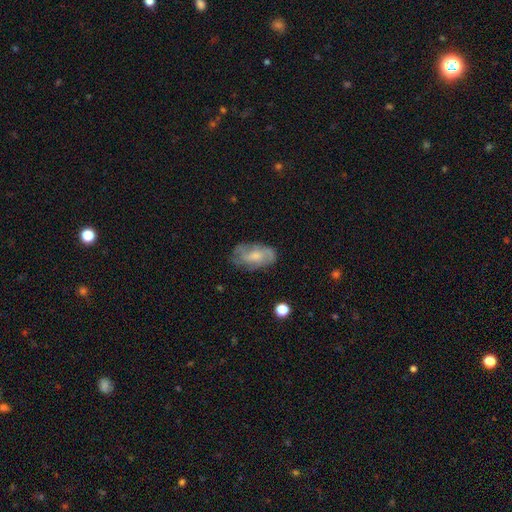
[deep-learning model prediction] Smooth or featured?
  - featured or disk: 47% *
  - smooth: 45%
  - star or artifact: 8%
Merging?
  - none: 64% *
  - minor disturbance: 24%
  - major disturbance: 10%
  - merger: 2%